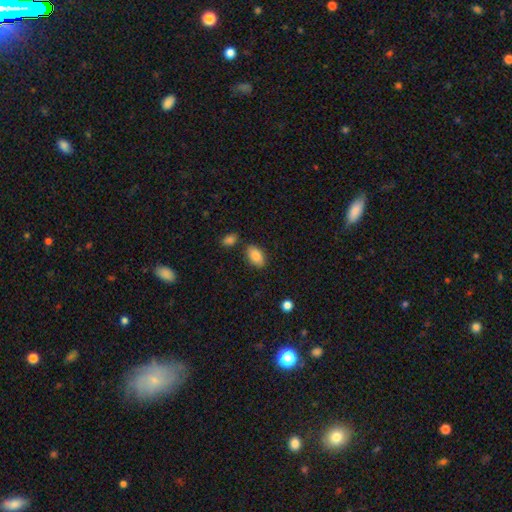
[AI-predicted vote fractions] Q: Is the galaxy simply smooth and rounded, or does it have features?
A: smooth — 85%.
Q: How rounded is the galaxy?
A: in between — 92%.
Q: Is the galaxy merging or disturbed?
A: none — 80%.